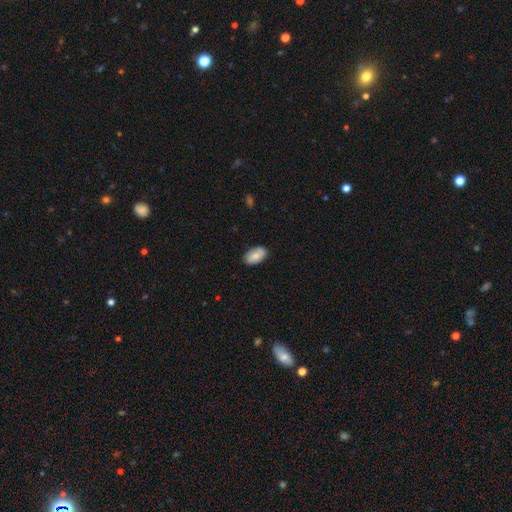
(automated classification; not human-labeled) The model was most divided on "smooth or featured": smooth: 78%, featured or disk: 16%, star or artifact: 6%. More confident: how rounded — in between (94%); merging — none (85%).